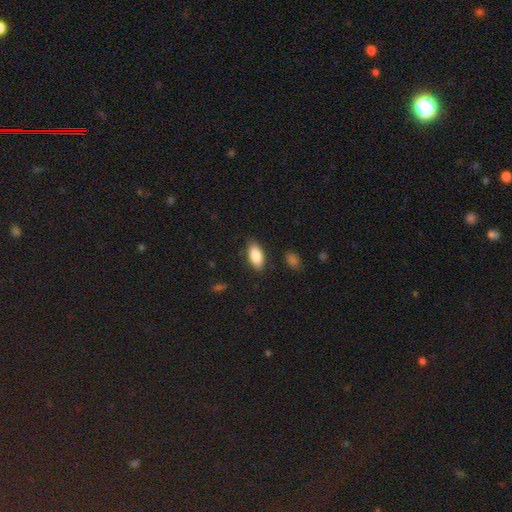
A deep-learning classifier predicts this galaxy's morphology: Smooth or featured? smooth (87%)
How rounded? in between (90%)
Merging? none (85%)